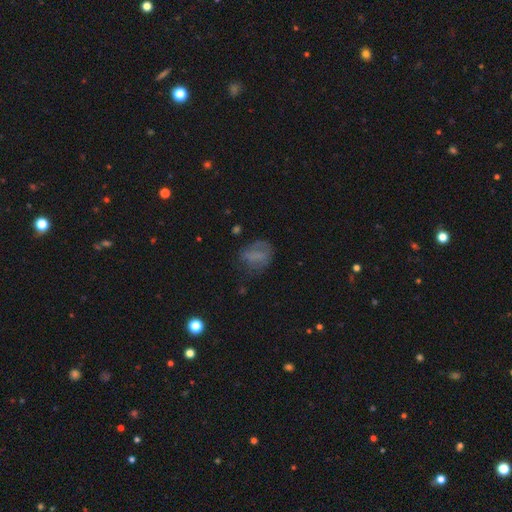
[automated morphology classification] This appears to be a smooth galaxy with no disk features (58%) that is in between round and cigar-shaped (58%). Merging: none (49%).